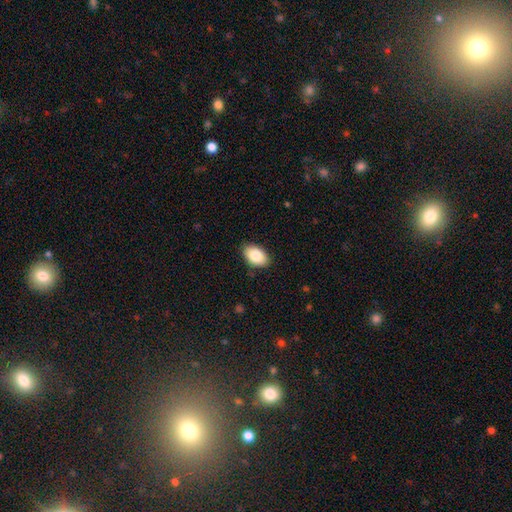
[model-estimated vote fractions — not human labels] smooth_or_featured: smooth (p=0.85) [alt: featured or disk p=0.08]
how_rounded: in between (p=0.91) [alt: round p=0.08]
merging: none (p=0.88) [alt: minor disturbance p=0.09]